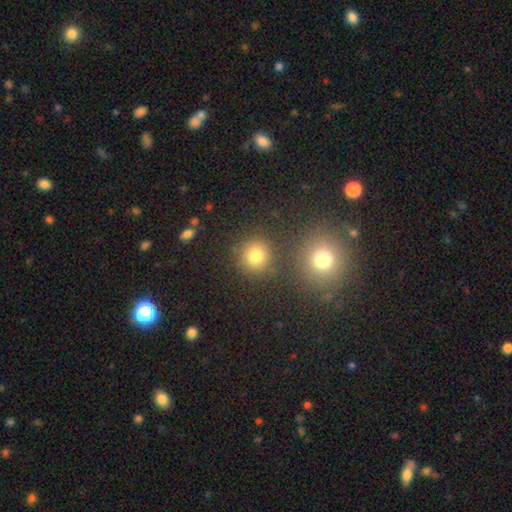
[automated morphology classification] Smooth or featured: smooth — 76% (star or artifact — 16%)
How rounded: round — 87% (in between — 12%)
Merging: none — 80% (merger — 9%)